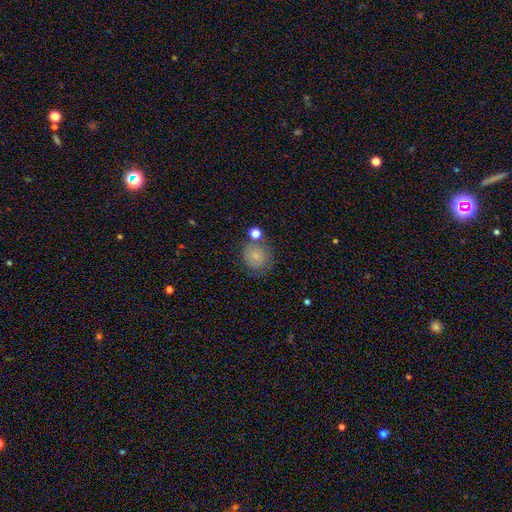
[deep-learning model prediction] Smooth or featured: smooth — 78% (featured or disk — 13%)
How rounded: round — 84% (in between — 16%)
Merging: none — 65% (minor disturbance — 17%)